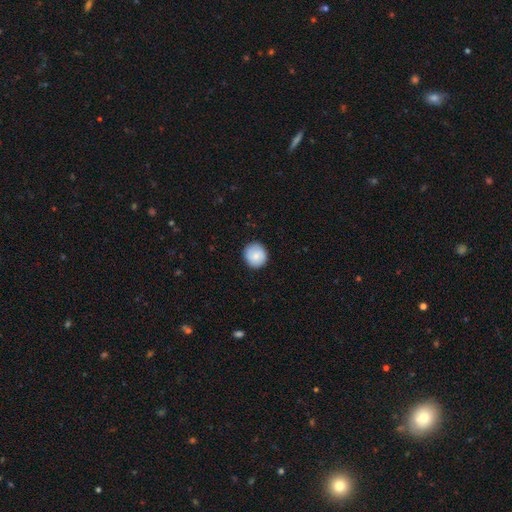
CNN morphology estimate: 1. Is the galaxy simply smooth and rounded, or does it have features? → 82% smooth, 11% featured or disk, 7% star or artifact.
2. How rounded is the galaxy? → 91% round, 8% in between, 1% cigar-shaped.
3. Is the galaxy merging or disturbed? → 88% none, 9% minor disturbance, 2% major disturbance, 1% merger.